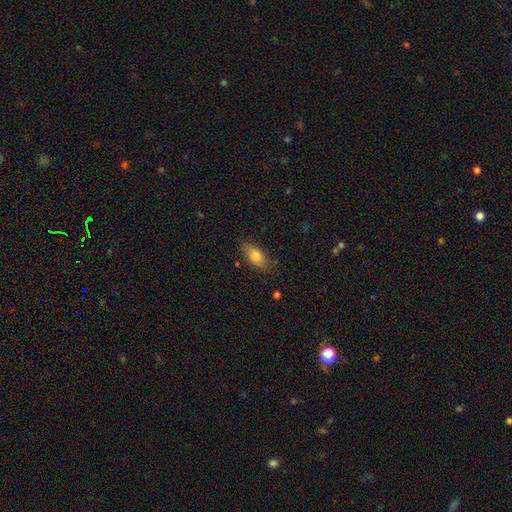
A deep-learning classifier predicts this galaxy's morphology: A smooth galaxy with no disk features (78%) that is in between round and cigar-shaped (84%). Merging: none (79%).